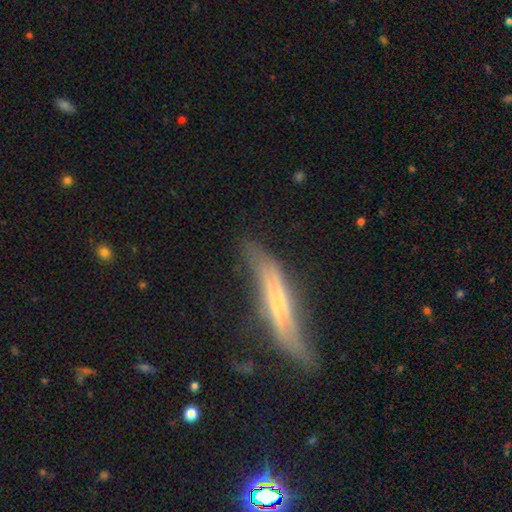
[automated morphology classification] A featured or disk galaxy (55%) viewed edge-on (69%). Merging: none (58%).